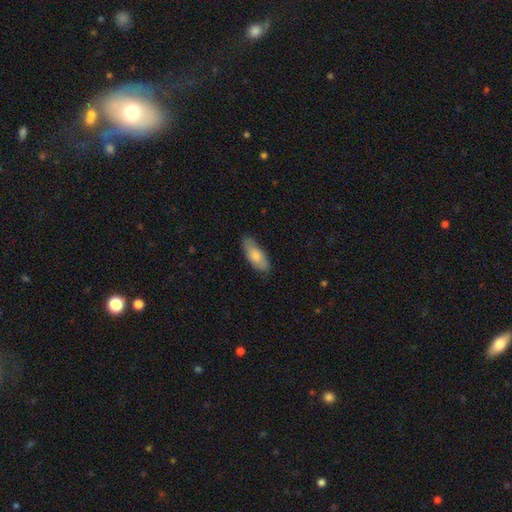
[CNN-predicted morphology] A smooth galaxy with no disk features (79%) that is in between round and cigar-shaped (74%). Merging: none (79%).